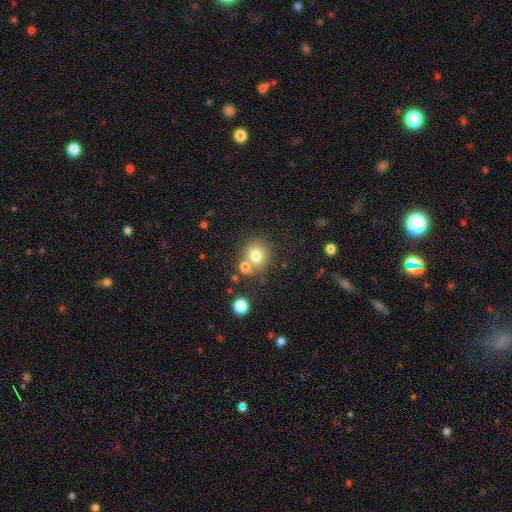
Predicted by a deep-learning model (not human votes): Smooth or featured? smooth (76%)
How rounded? round (83%)
Merging? none (65%)